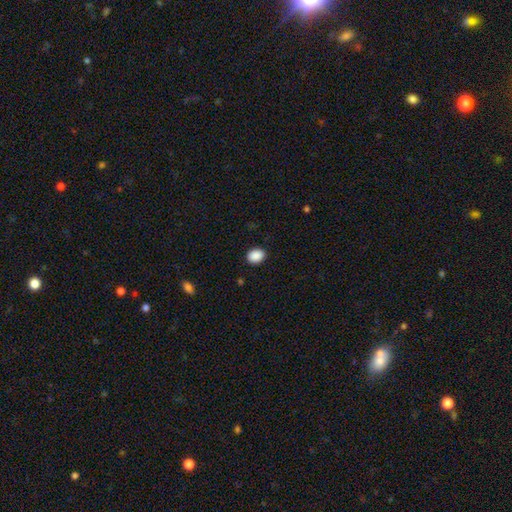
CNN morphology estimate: A smooth galaxy with no disk features (90%) that is in between round and cigar-shaped (63%).

Vote fractions:
- Smooth or featured? smooth: 90% / star or artifact: 8% / featured or disk: 2%
- How rounded? in between: 63% / round: 36% / cigar-shaped: 1%
- Merging? none: 89% / minor disturbance: 8% / major disturbance: 2% / merger: 1%